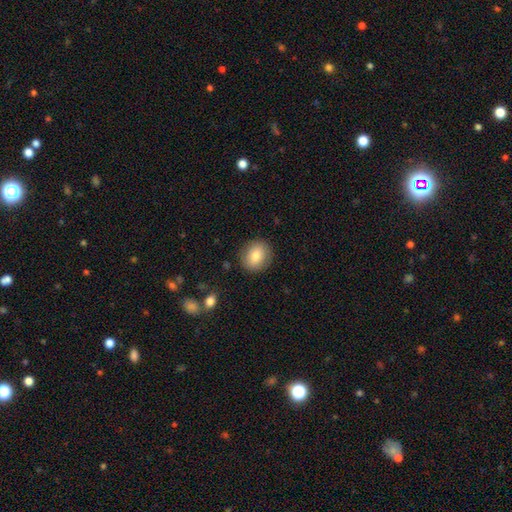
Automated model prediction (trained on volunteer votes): The model was most divided on "how rounded": round: 75%, in between: 24%, cigar-shaped: 1%. More confident: merging — none (87%); smooth or featured — smooth (80%).